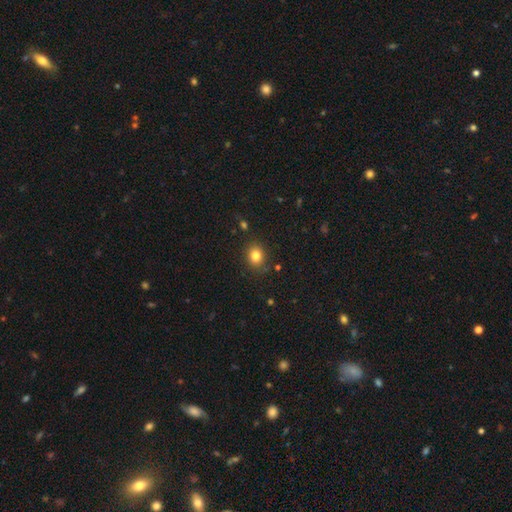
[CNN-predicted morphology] A smooth galaxy with no disk features (82%) that is round (61%). Merging: none (85%).